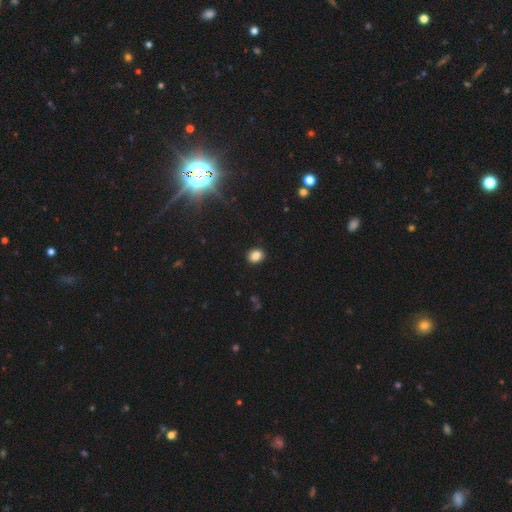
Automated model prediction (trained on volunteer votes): A smooth galaxy with no disk features (84%) that is in between round and cigar-shaped (54%).

Vote fractions:
- Smooth or featured? smooth: 84% / star or artifact: 11% / featured or disk: 5%
- How rounded? in between: 54% / round: 45% / cigar-shaped: 1%
- Merging? none: 89% / minor disturbance: 8% / major disturbance: 2% / merger: 1%